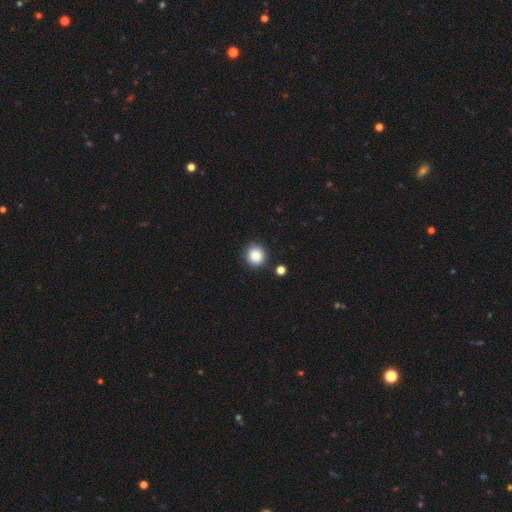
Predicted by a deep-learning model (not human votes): smooth-or-featured: smooth: 87% | star or artifact: 9% | featured or disk: 4%
  how-rounded: round: 89% | in between: 10% | cigar-shaped: 1%
  merging: none: 86% | minor disturbance: 9% | merger: 3% | major disturbance: 2%